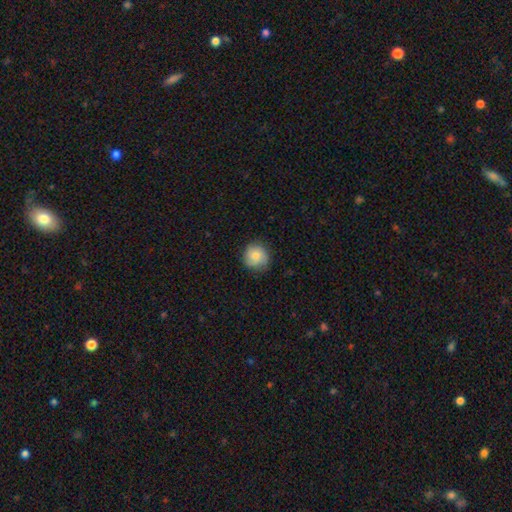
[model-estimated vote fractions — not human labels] Morphology: type=smooth (80%); roundness=round (92%); merging=none (79%).